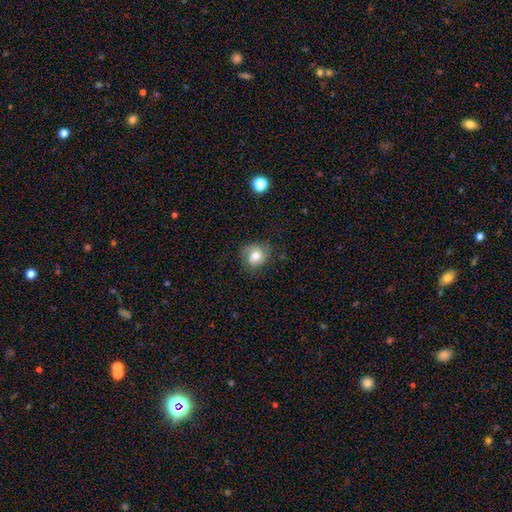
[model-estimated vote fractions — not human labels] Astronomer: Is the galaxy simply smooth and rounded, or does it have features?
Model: smooth — 61%.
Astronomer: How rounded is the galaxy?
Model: round — 74%.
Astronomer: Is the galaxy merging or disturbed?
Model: none — 69%.